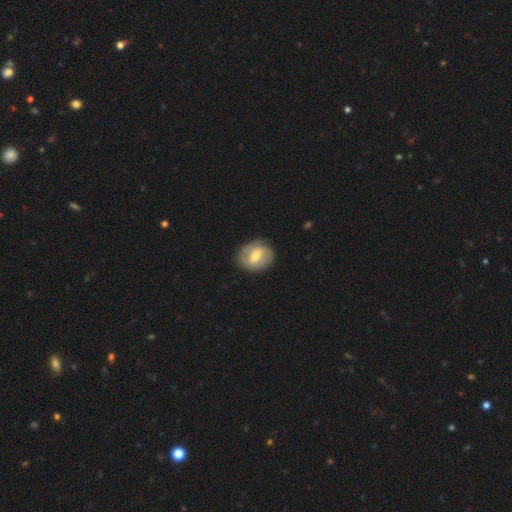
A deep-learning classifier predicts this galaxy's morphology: type=featured or disk (54%); edge-on=no (96%); bar=weak (48%); spiral arms=yes (61%); bulge=moderate (56%); merging=none (78%).